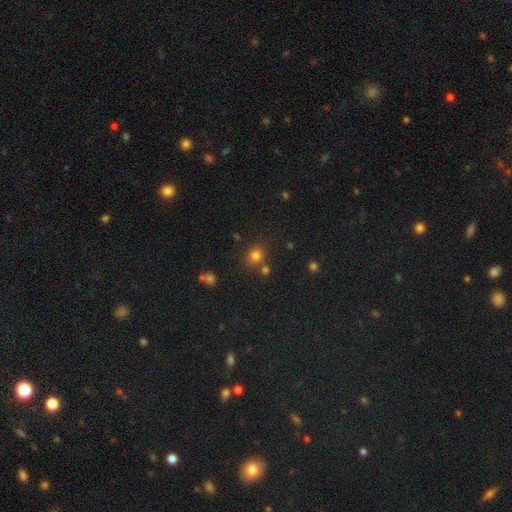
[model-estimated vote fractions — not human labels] Morphology: type=smooth (77%); roundness=round (85%); merging=none (73%).